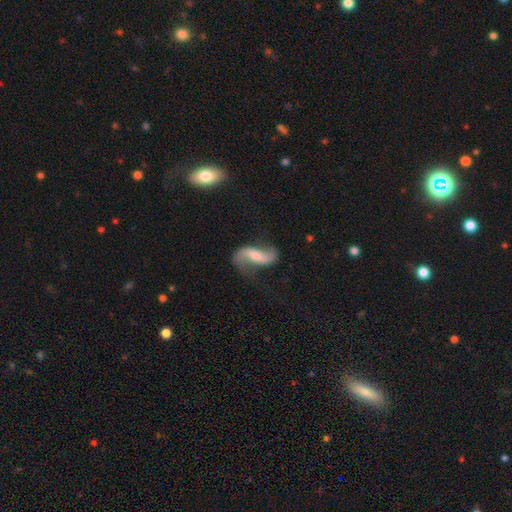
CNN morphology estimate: type=featured or disk (81%); edge-on=no (94%); bar=strong (37%); spiral arms=yes (93%); winding=loose (85%); arm count=2 (91%); bulge=small (48%); merging=none (66%).